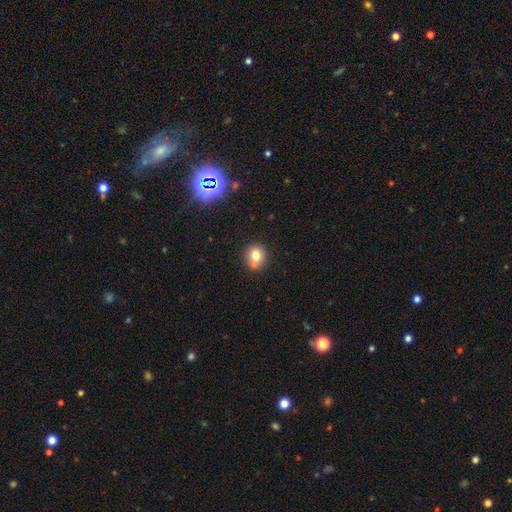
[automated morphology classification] The model was most divided on "merging": none: 67%, minor disturbance: 17%, merger: 13%, major disturbance: 4%. More confident: how rounded — round (77%); smooth or featured — smooth (77%).